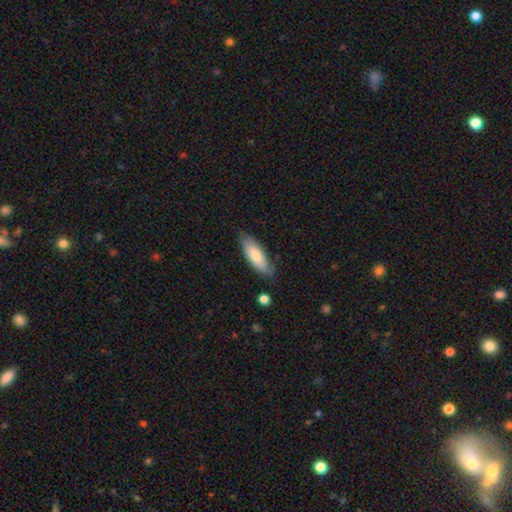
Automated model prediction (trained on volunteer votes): Q: Smooth or featured?
A: smooth (76%); runner-up: featured or disk (18%)
Q: How rounded?
A: in between (65%); runner-up: cigar-shaped (33%)
Q: Merging?
A: none (76%); runner-up: minor disturbance (18%)